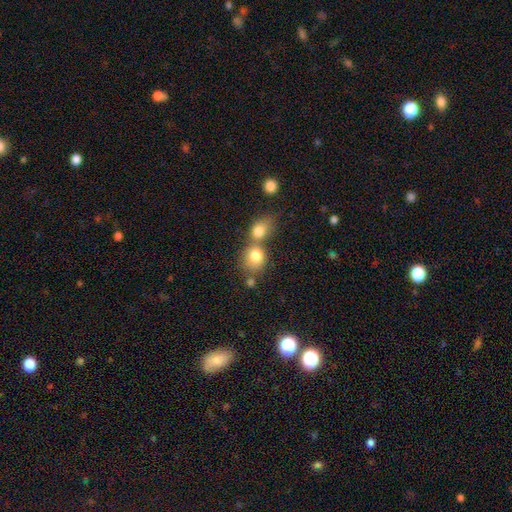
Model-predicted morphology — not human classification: Smooth or featured? Predicted: smooth (p=0.80). How rounded? Predicted: round (p=0.68). Merging? Predicted: merger (p=0.53).